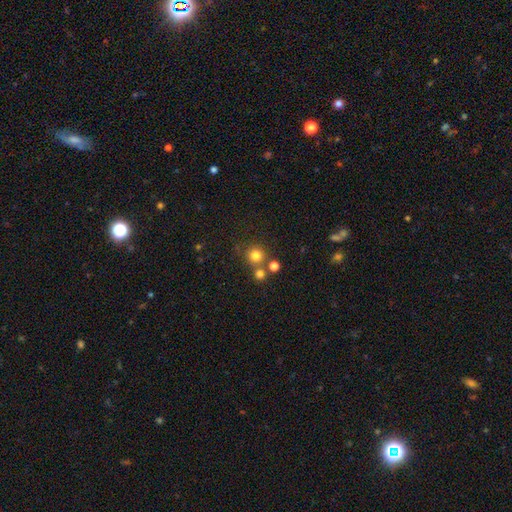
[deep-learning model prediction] A smooth galaxy with no disk features (77%) that is round (93%). Merging: none (69%).